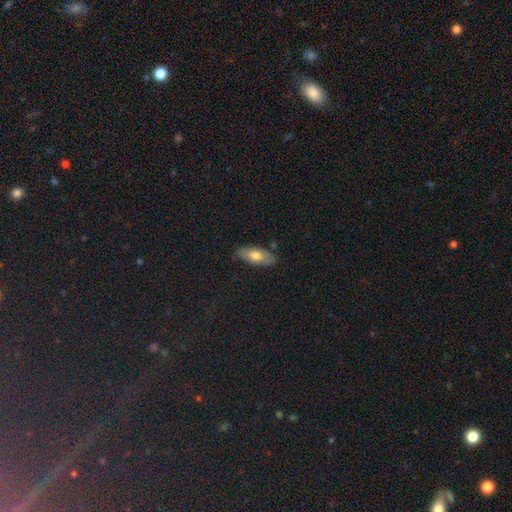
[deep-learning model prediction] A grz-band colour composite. It shows a smooth galaxy with no disk features (65%) that is in between round and cigar-shaped (83%). Merging: none (81%).